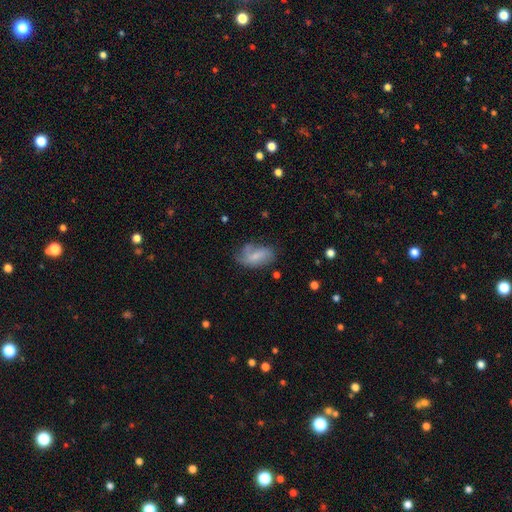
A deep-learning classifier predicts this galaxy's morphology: Smooth or featured?
  - smooth: 51% *
  - featured or disk: 41%
  - star or artifact: 8%
How rounded?
  - in between: 90% *
  - round: 6%
  - cigar-shaped: 5%
Merging?
  - none: 55% *
  - minor disturbance: 28%
  - major disturbance: 11%
  - merger: 5%